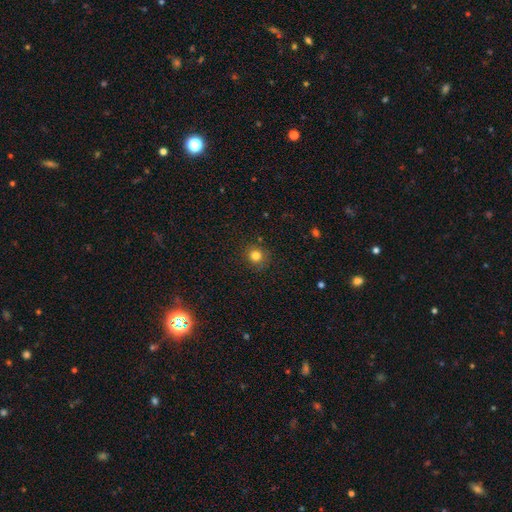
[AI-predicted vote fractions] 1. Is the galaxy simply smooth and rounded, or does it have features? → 81% smooth, 13% star or artifact, 5% featured or disk.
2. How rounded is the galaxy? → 88% round, 11% in between, 1% cigar-shaped.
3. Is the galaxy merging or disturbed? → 86% none, 9% minor disturbance, 3% major disturbance, 2% merger.